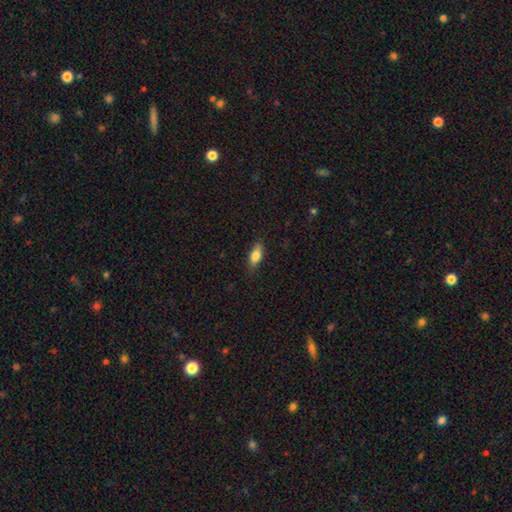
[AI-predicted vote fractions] Q: Smooth or featured?
A: smooth (79%); runner-up: featured or disk (14%)
Q: How rounded?
A: in between (79%); runner-up: cigar-shaped (18%)
Q: Merging?
A: none (83%); runner-up: minor disturbance (14%)